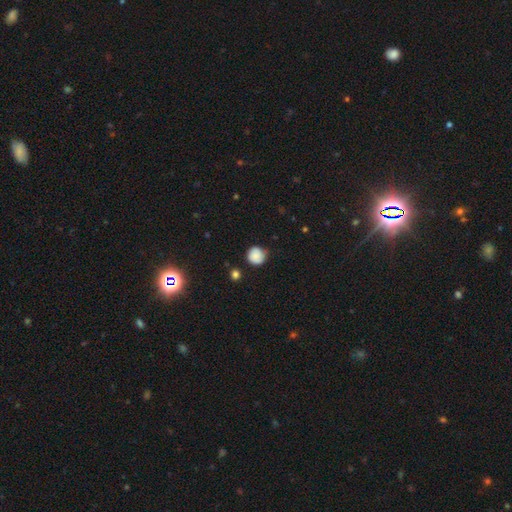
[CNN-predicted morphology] A smooth galaxy with no disk features (81%) that is round (91%).

Vote fractions:
- Smooth or featured? smooth: 81% / featured or disk: 9% / star or artifact: 9%
- How rounded? round: 91% / in between: 8% / cigar-shaped: 1%
- Merging? none: 70% / minor disturbance: 23% / major disturbance: 5% / merger: 3%